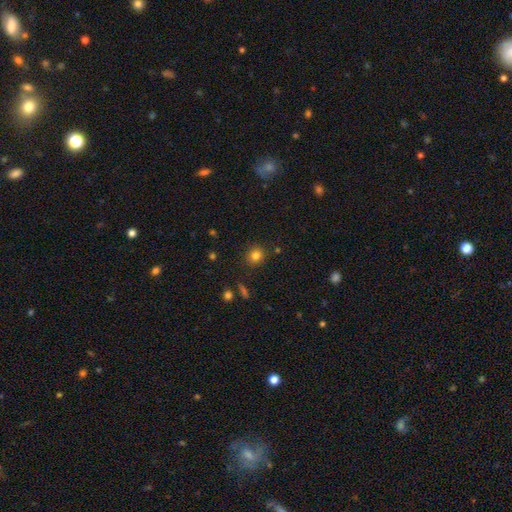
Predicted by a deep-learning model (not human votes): Smooth or featured? Predicted: smooth (p=0.81). How rounded? Predicted: round (p=0.85). Merging? Predicted: none (p=0.88).